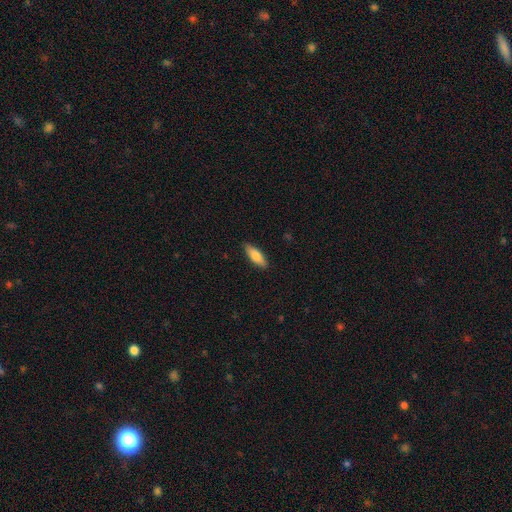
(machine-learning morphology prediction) This appears to be a smooth galaxy with no disk features (81%) that is in between round and cigar-shaped (59%). Merging: none (88%).